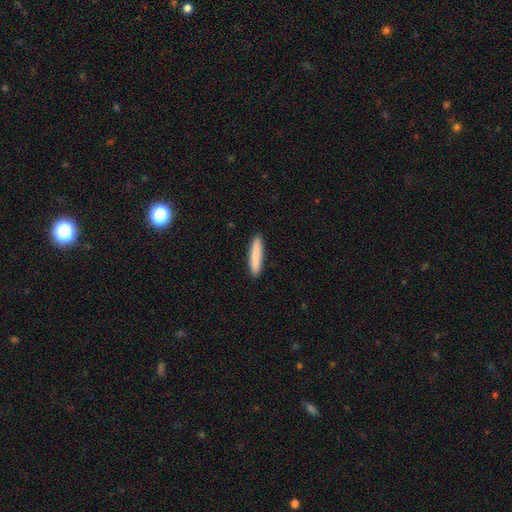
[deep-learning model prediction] Smooth or featured?
  - smooth: 85% *
  - featured or disk: 9%
  - star or artifact: 5%
How rounded?
  - cigar-shaped: 91% *
  - in between: 7%
  - round: 1%
Merging?
  - none: 92% *
  - minor disturbance: 6%
  - major disturbance: 1%
  - merger: 1%